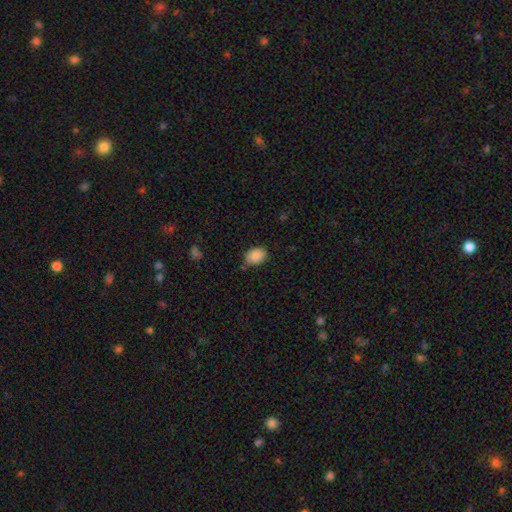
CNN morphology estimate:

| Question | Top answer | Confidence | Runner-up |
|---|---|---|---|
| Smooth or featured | smooth | 88% | star or artifact (8%) |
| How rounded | in between | 72% | round (27%) |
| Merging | none | 76% | minor disturbance (17%) |